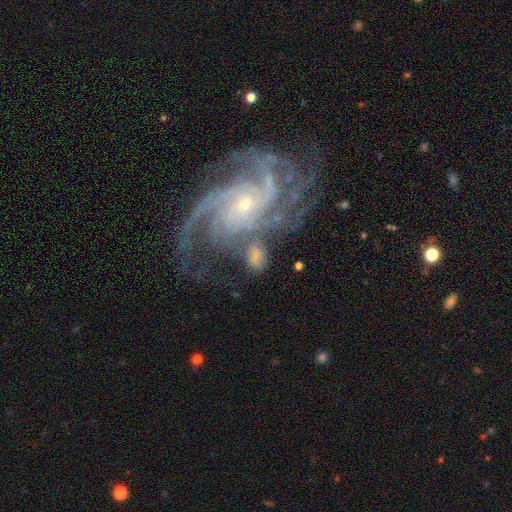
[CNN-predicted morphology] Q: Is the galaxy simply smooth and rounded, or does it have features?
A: featured or disk — 53%.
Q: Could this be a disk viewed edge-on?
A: no — 95%.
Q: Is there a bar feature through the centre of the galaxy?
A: no — 53%.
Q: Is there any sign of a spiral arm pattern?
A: yes — 86%.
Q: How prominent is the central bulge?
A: small — 57%.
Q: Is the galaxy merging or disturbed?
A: none — 47%.